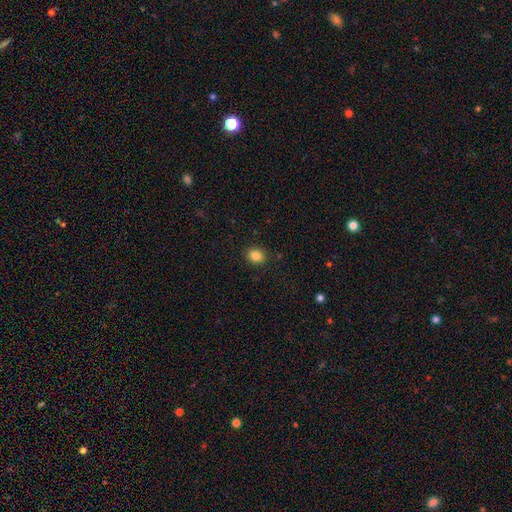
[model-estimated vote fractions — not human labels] Q: Smooth or featured?
A: smooth (85%); runner-up: star or artifact (10%)
Q: How rounded?
A: round (59%); runner-up: in between (40%)
Q: Merging?
A: none (89%); runner-up: minor disturbance (7%)